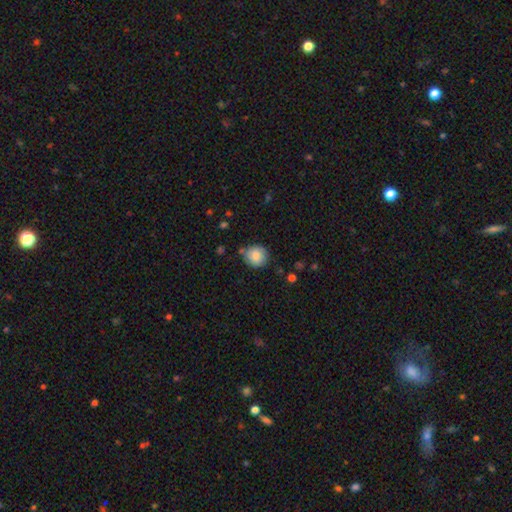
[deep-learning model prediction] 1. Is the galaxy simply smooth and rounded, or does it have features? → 83% smooth, 9% featured or disk, 8% star or artifact.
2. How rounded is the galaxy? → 89% round, 10% in between, 1% cigar-shaped.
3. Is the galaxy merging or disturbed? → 79% none, 15% minor disturbance, 3% merger, 3% major disturbance.